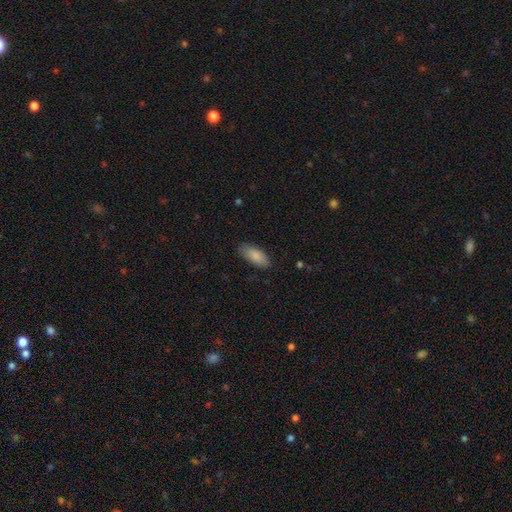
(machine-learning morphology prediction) smooth_or_featured: smooth (p=0.86) [alt: featured or disk p=0.08]
how_rounded: in between (p=0.84) [alt: cigar-shaped p=0.14]
merging: none (p=0.84) [alt: minor disturbance p=0.12]